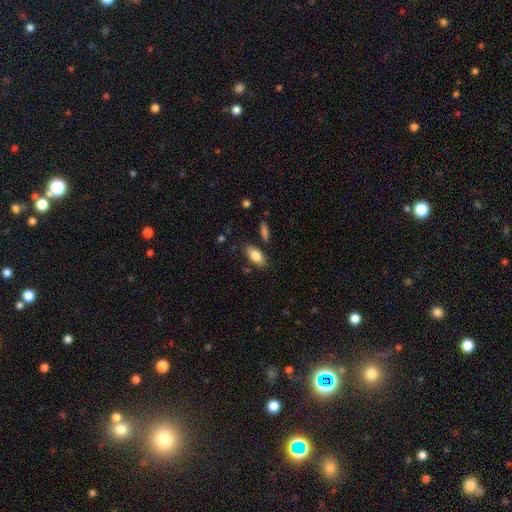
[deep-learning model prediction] smooth 83%, featured or disk 10%, star or artifact 7%. Down the decision tree: how rounded — in between (90%); merging — none (80%).